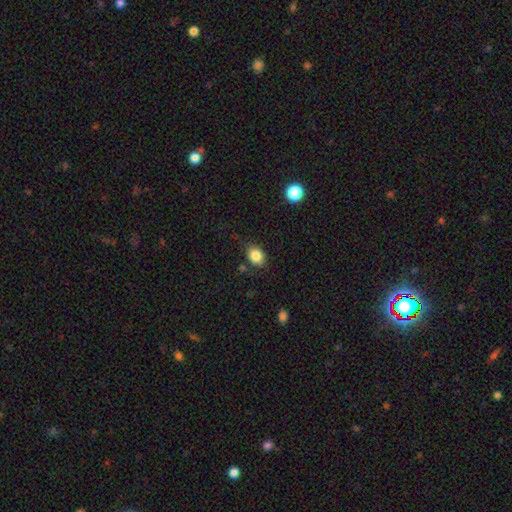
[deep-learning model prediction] A smooth galaxy with no disk features (85%) that is in between round and cigar-shaped (65%). Merging: none (77%).